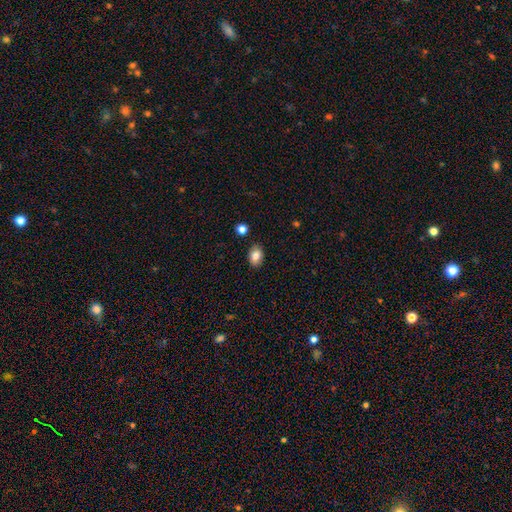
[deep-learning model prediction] Smooth or featured? Predicted: smooth (p=0.83). How rounded? Predicted: in between (p=0.81). Merging? Predicted: none (p=0.87).